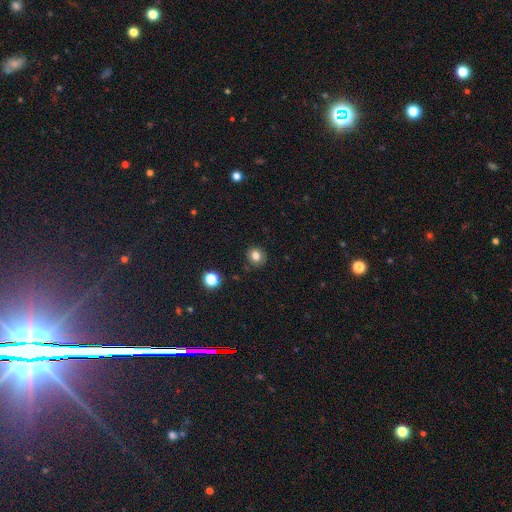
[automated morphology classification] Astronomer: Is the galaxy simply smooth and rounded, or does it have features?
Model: smooth — 81%.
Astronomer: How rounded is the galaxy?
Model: round — 84%.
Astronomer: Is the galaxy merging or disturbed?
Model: none — 87%.